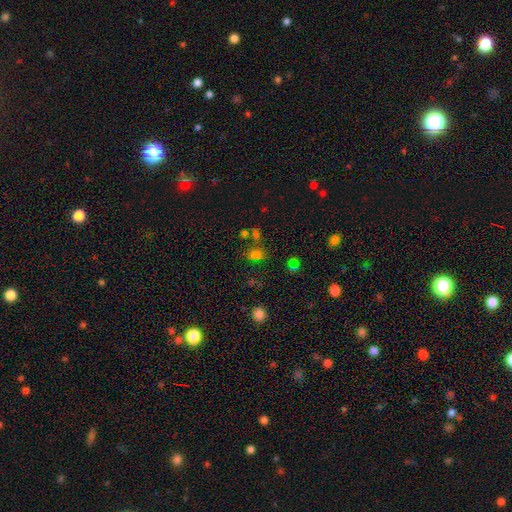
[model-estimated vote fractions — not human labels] smooth-or-featured: smooth: 68% | star or artifact: 25% | featured or disk: 7%
  how-rounded: in between: 60% | round: 38% | cigar-shaped: 2%
  merging: none: 60% | merger: 18% | minor disturbance: 15% | major disturbance: 7%